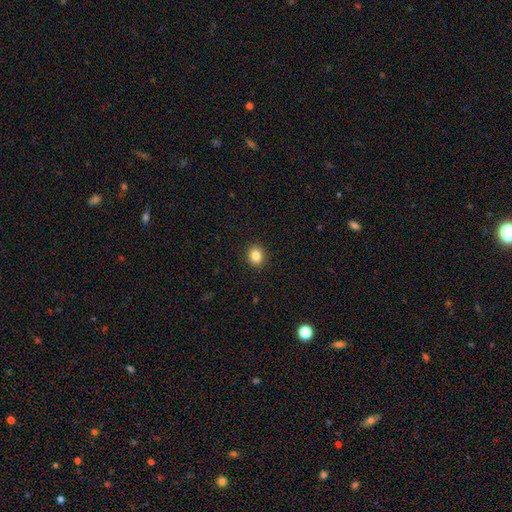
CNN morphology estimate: smooth-or-featured: smooth: 84% | star or artifact: 10% | featured or disk: 5%
  how-rounded: round: 62% | in between: 37% | cigar-shaped: 1%
  merging: none: 91% | minor disturbance: 6% | major disturbance: 2% | merger: 1%